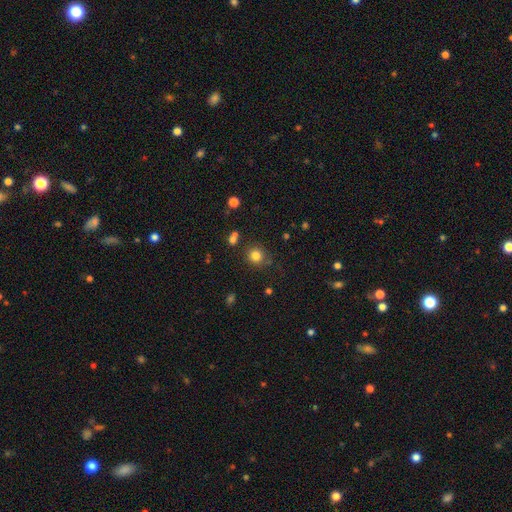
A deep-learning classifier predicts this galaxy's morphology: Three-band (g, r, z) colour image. It shows a smooth galaxy with no disk features (81%) that is round (90%). Merging: none (78%).